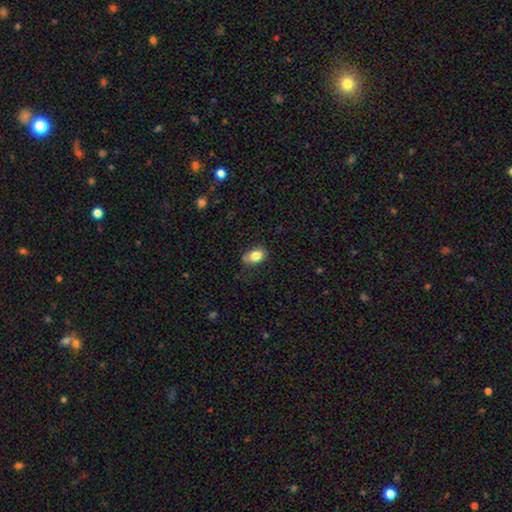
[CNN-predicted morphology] This is clearly a smooth galaxy (83%). How rounded: clearly in between (82%). Merging: likely none (69%).